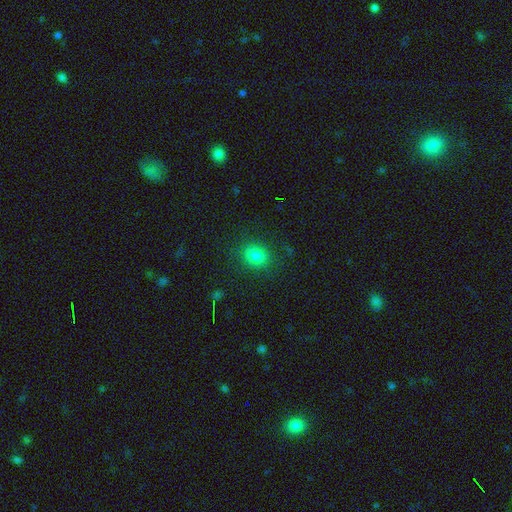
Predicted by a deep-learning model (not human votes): smooth_or_featured: smooth (p=0.81) [alt: star or artifact p=0.13]
how_rounded: round (p=0.60) [alt: in between p=0.39]
merging: none (p=0.85) [alt: minor disturbance p=0.10]